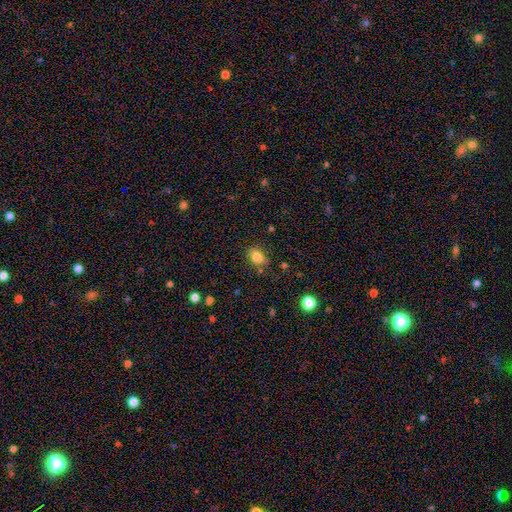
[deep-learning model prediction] The model was most divided on "how rounded": in between: 73%, round: 25%, cigar-shaped: 2%. More confident: smooth or featured — smooth (82%); merging — none (75%).